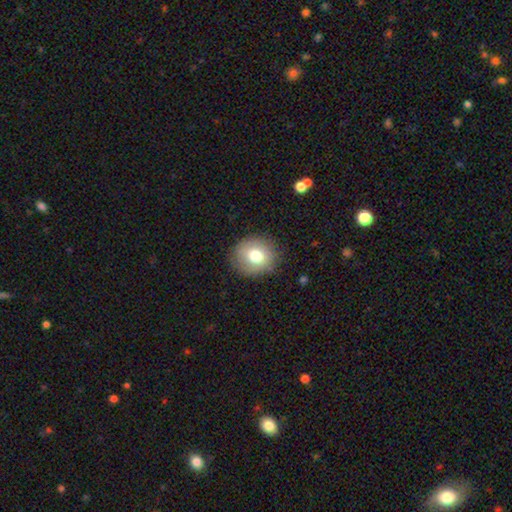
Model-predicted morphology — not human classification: smooth-or-featured: smooth: 75% | featured or disk: 15% | star or artifact: 10%
  how-rounded: round: 80% | in between: 19% | cigar-shaped: 1%
  merging: none: 85% | minor disturbance: 10% | major disturbance: 3% | merger: 1%